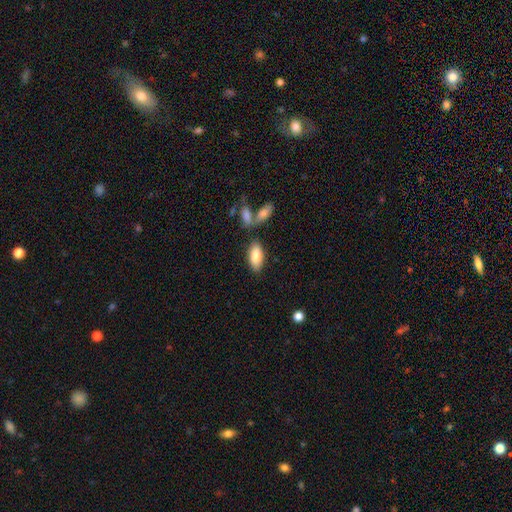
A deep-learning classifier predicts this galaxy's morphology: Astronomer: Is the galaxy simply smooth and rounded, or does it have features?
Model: smooth — 84%.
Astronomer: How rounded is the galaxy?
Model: in between — 90%.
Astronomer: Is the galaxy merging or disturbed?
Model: none — 75%.